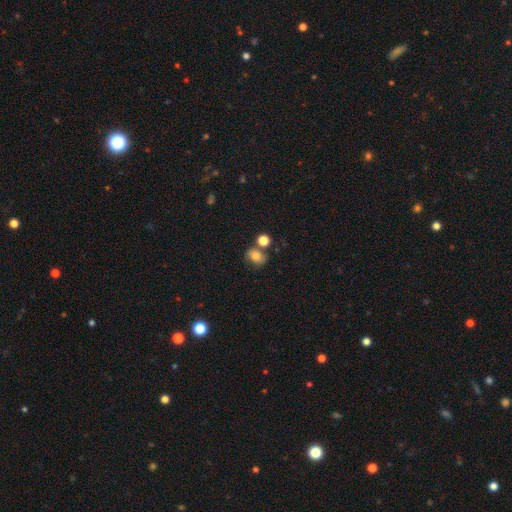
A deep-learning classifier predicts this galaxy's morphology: A smooth galaxy with no disk features (76%) that is in between round and cigar-shaped (53%). Merging: none (59%).